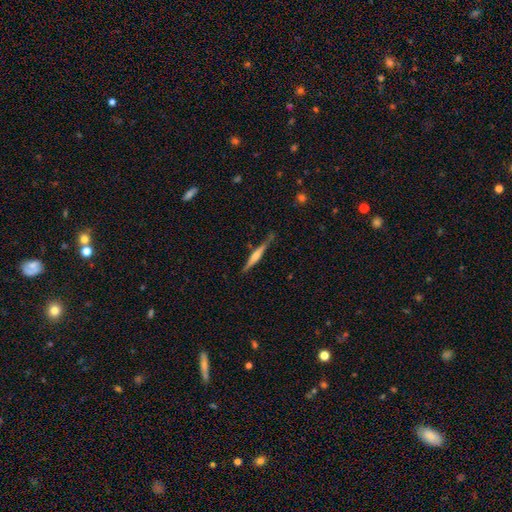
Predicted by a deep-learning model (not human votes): Q: Smooth or featured?
A: featured or disk (61%); runner-up: smooth (33%)
Q: Edge-on disk?
A: yes (97%); runner-up: no (3%)
Q: Edge-on bulge?
A: rounded (63%); runner-up: boxy (21%)
Q: Merging?
A: none (79%); runner-up: minor disturbance (16%)